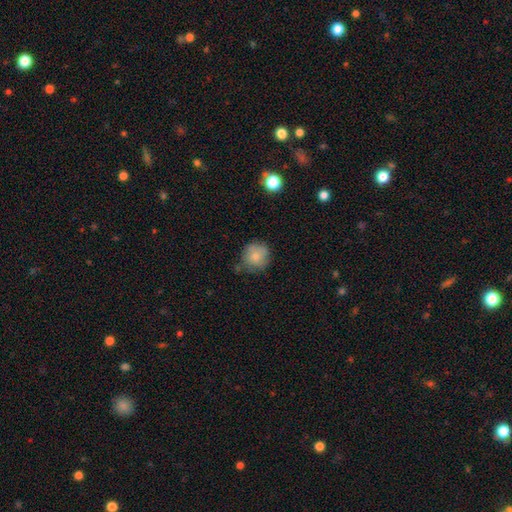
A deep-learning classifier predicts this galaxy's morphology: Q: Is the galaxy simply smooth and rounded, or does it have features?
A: smooth — 78%.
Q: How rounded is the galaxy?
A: round — 89%.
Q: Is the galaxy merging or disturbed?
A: none — 64%.